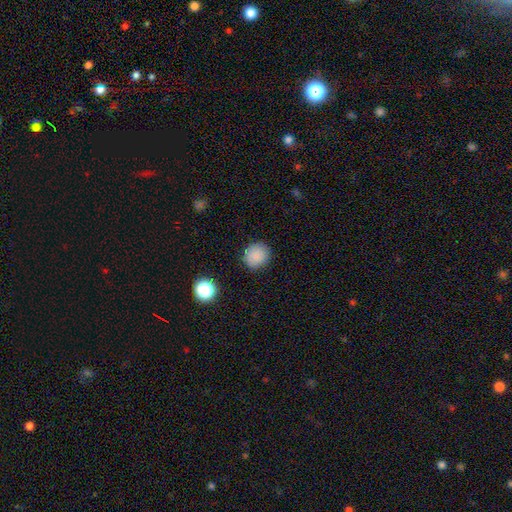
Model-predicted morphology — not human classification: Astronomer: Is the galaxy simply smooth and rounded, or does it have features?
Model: smooth — 86%.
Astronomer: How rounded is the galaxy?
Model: round — 88%.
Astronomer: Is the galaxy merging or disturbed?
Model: none — 89%.